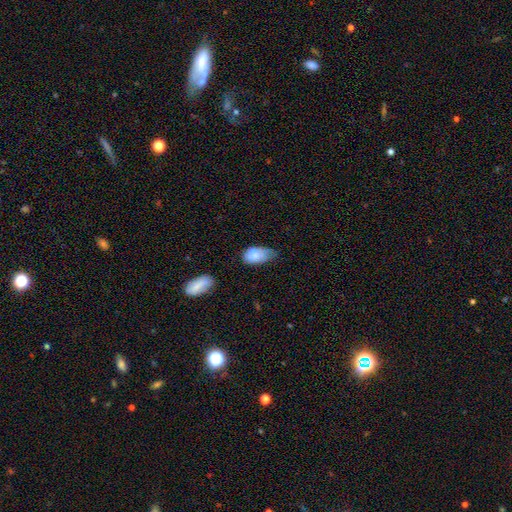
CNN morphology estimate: smooth-or-featured: smooth: 71% | featured or disk: 20% | star or artifact: 9%
  how-rounded: in between: 93% | round: 5% | cigar-shaped: 3%
  merging: minor disturbance: 41% | none: 36% | major disturbance: 14% | merger: 8%